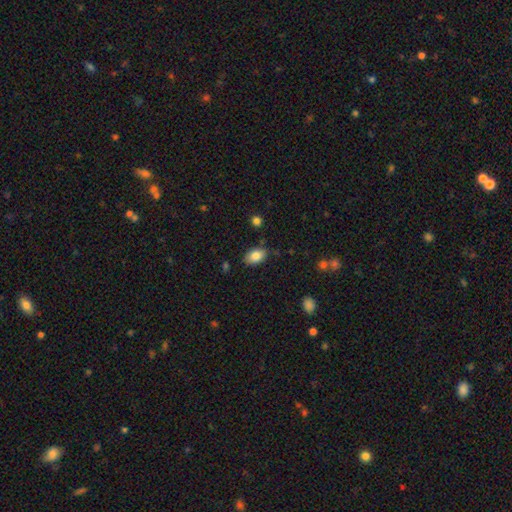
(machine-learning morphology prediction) Smooth or featured?
  - smooth: 84% *
  - featured or disk: 9%
  - star or artifact: 8%
How rounded?
  - in between: 88% *
  - round: 10%
  - cigar-shaped: 1%
Merging?
  - none: 79% *
  - minor disturbance: 16%
  - major disturbance: 3%
  - merger: 2%